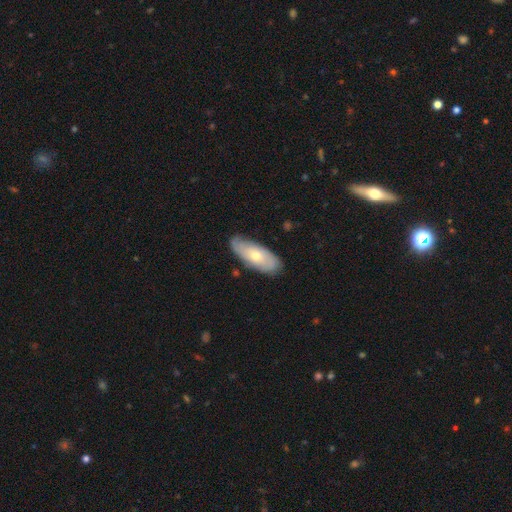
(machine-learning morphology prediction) smooth_or_featured: featured or disk (p=0.48) [alt: smooth p=0.46]
merging: none (p=0.75) [alt: minor disturbance p=0.20]